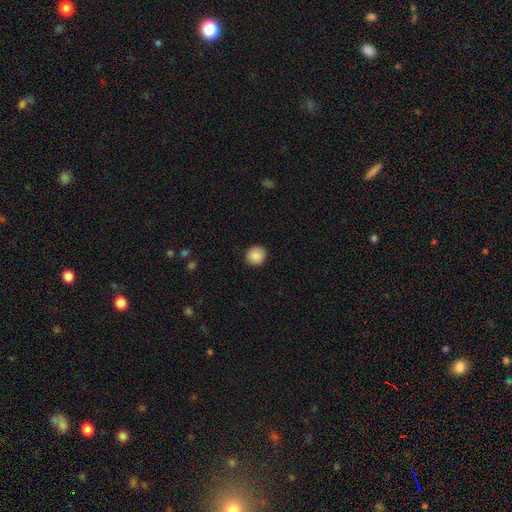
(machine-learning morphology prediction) smooth-or-featured: smooth: 88% | star or artifact: 8% | featured or disk: 4%
  how-rounded: round: 89% | in between: 10% | cigar-shaped: 1%
  merging: none: 90% | minor disturbance: 7% | major disturbance: 2% | merger: 1%